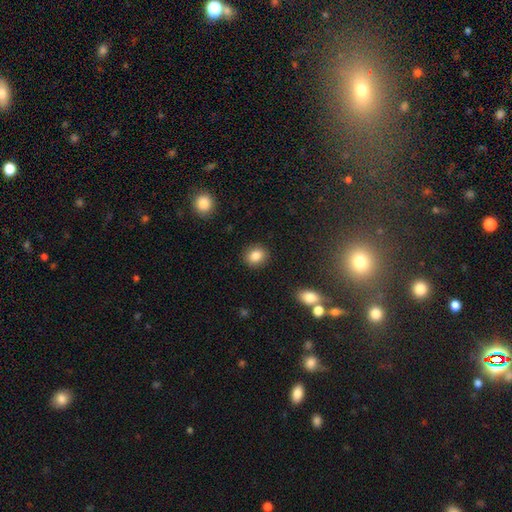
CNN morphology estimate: Smooth or featured? smooth (84%)
How rounded? round (68%)
Merging? none (90%)